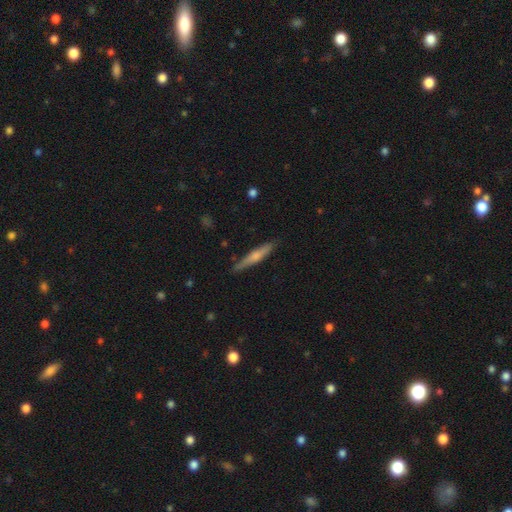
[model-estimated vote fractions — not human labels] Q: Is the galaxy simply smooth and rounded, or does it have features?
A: smooth — 48%.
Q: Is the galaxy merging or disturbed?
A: none — 85%.